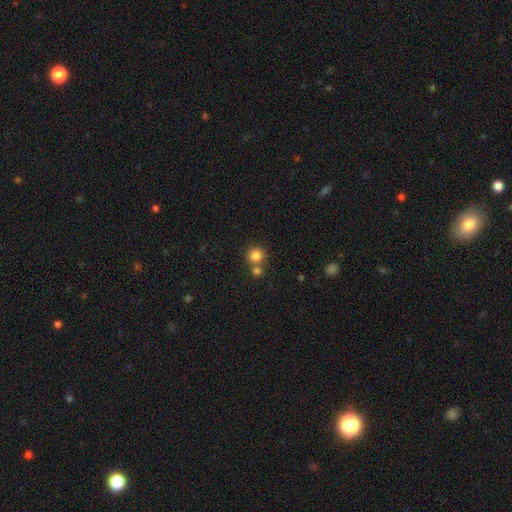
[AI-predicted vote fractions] Morphology: type=smooth (82%); roundness=round (92%); merging=none (64%).